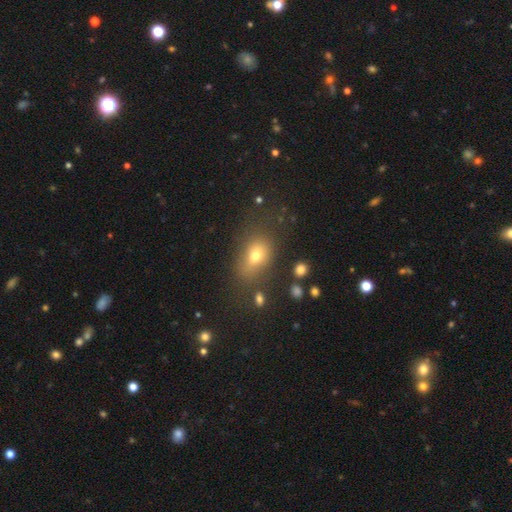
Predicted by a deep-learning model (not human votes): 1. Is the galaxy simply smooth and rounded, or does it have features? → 71% smooth, 15% star or artifact, 14% featured or disk.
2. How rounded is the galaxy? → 69% in between, 29% round, 2% cigar-shaped.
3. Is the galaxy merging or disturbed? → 64% none, 20% minor disturbance, 11% major disturbance, 5% merger.